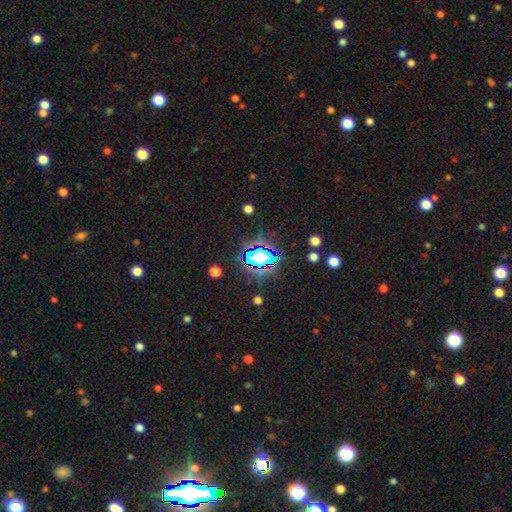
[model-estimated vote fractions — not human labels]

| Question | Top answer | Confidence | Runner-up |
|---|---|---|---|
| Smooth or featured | star or artifact | 63% | smooth (25%) |